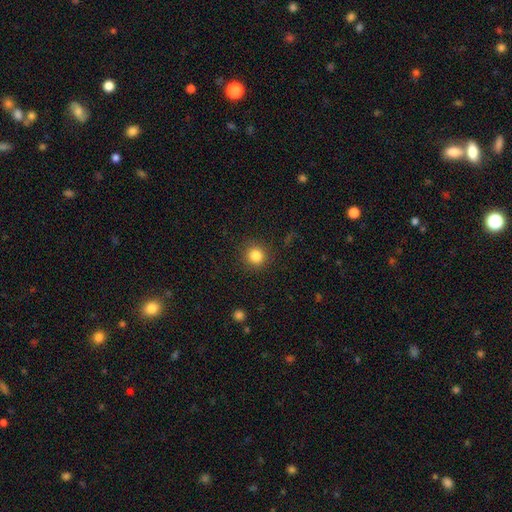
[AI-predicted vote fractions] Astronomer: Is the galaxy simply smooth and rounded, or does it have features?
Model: smooth — 84%.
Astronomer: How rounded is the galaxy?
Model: round — 93%.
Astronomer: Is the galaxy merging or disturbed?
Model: none — 90%.